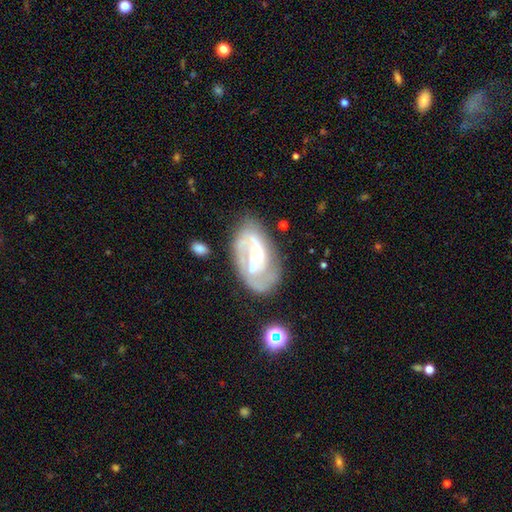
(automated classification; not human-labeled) featured or disk 79%, smooth 14%, star or artifact 7%. Down the decision tree: edge-on disk — no (96%); bar — weak (41%, tied with no); spiral arms — yes (83%); spiral arm count — 2 (53%); spiral winding — medium (43%); bulge size — small (48%); merging — none (57%).